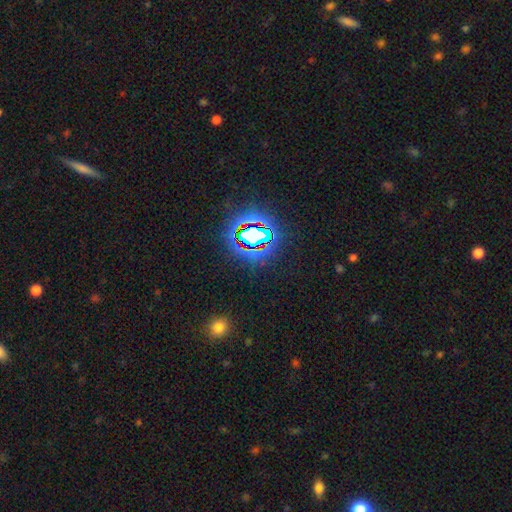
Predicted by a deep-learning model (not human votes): Smooth or featured: star or artifact — 80% (smooth — 12%)